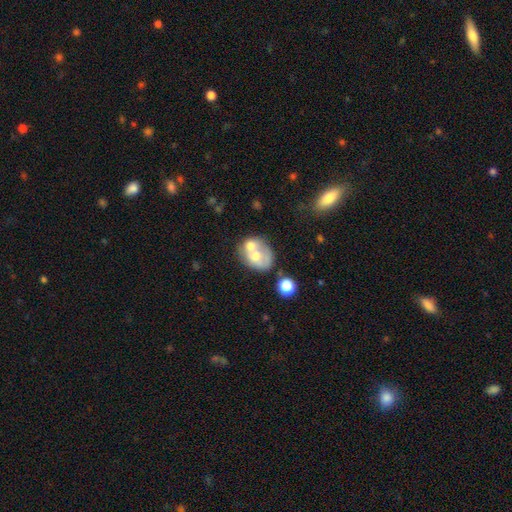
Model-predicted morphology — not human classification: This is possibly a smooth galaxy (55%). How rounded: possibly in between (56%). Merging: possibly merger (50%).